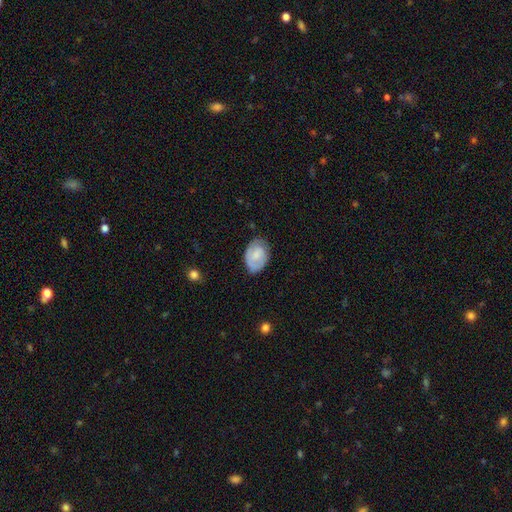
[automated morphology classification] smooth_or_featured: smooth (p=0.58) [alt: featured or disk p=0.36]
how_rounded: in between (p=0.82) [alt: round p=0.17]
merging: none (p=0.66) [alt: minor disturbance p=0.26]